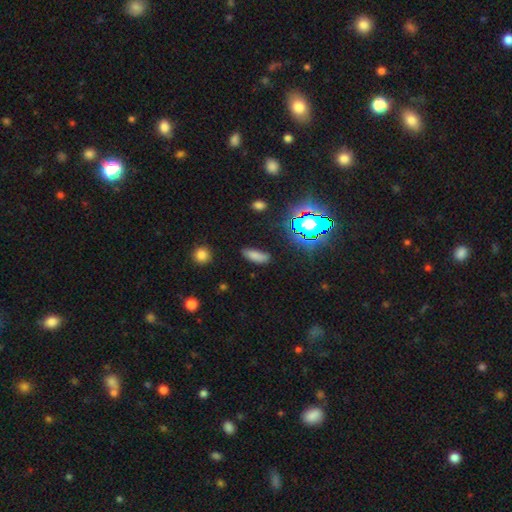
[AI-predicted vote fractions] This is likely a smooth galaxy (74%). How rounded: likely in between (67%). Merging: likely none (79%).